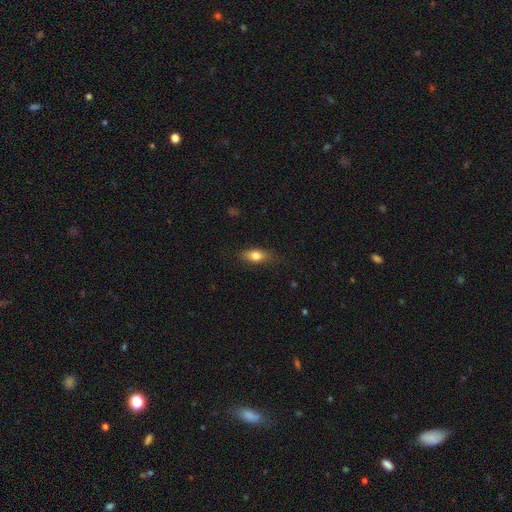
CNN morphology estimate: Smooth or featured? smooth (77%)
How rounded? in between (78%)
Merging? none (80%)